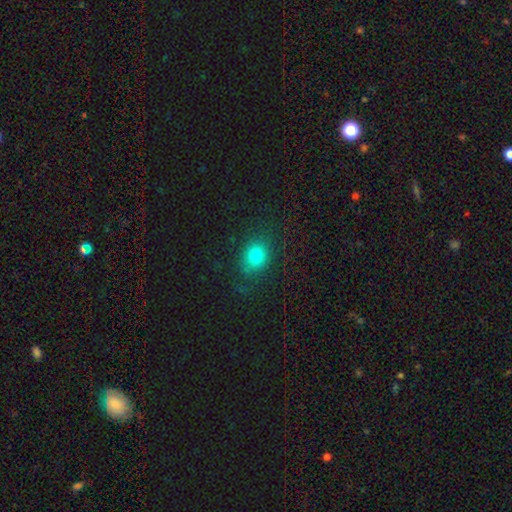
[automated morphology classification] smooth-or-featured: smooth: 76% | star or artifact: 15% | featured or disk: 9%
  how-rounded: round: 50% | in between: 49% | cigar-shaped: 2%
  merging: none: 78% | minor disturbance: 14% | major disturbance: 6% | merger: 2%